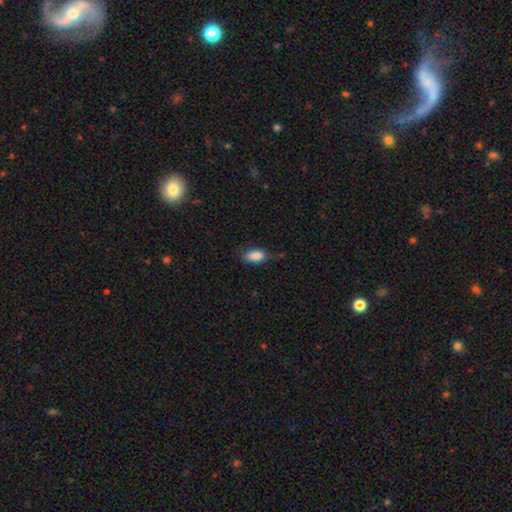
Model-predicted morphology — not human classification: Smooth or featured?
  - smooth: 87% *
  - star or artifact: 7%
  - featured or disk: 6%
How rounded?
  - in between: 90% *
  - cigar-shaped: 6%
  - round: 4%
Merging?
  - none: 66% *
  - minor disturbance: 26%
  - major disturbance: 6%
  - merger: 2%